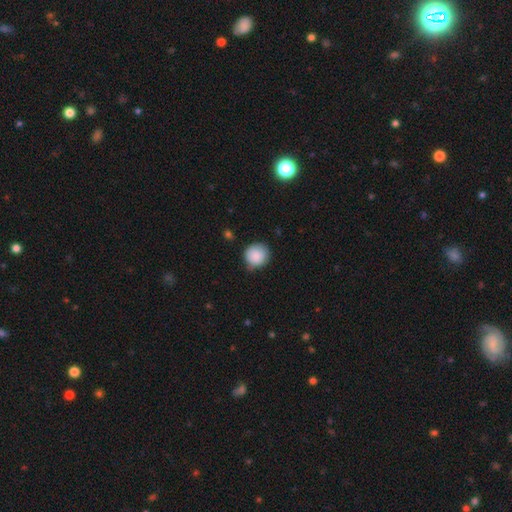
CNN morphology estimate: Smooth or featured? smooth (88%)
How rounded? round (90%)
Merging? none (74%)